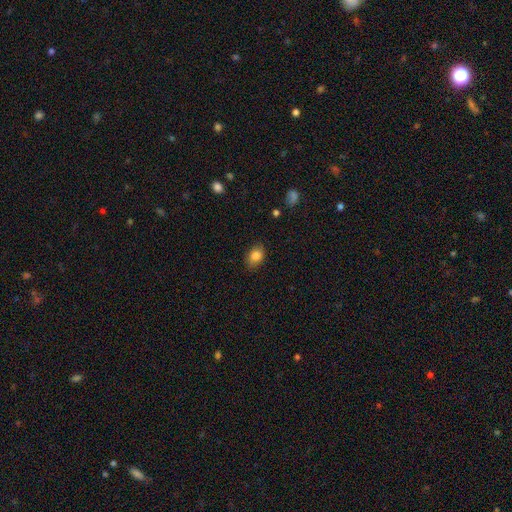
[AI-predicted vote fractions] Smooth or featured? Predicted: smooth (p=0.83). How rounded? Predicted: in between (p=0.71). Merging? Predicted: none (p=0.82).